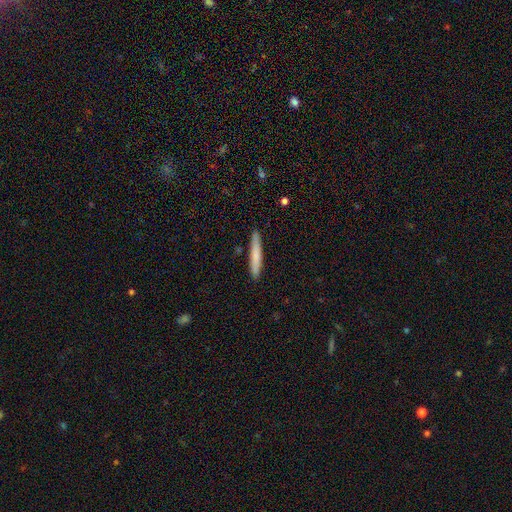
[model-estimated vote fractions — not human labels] Q: Smooth or featured?
A: smooth (73%); runner-up: featured or disk (22%)
Q: How rounded?
A: cigar-shaped (95%); runner-up: in between (4%)
Q: Merging?
A: none (89%); runner-up: minor disturbance (8%)